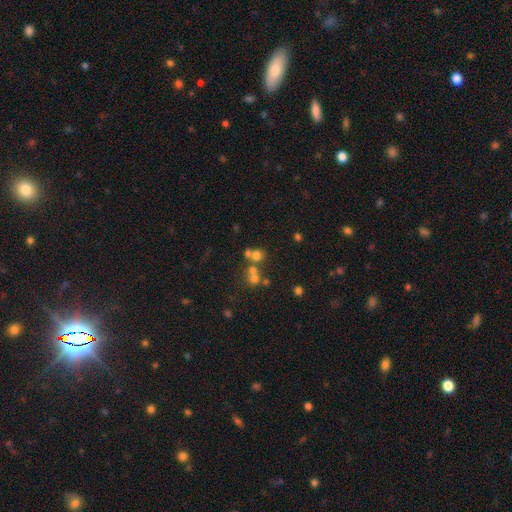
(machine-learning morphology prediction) A smooth galaxy with no disk features (60%) that is round (83%).

Vote fractions:
- Smooth or featured? smooth: 60% / star or artifact: 23% / featured or disk: 17%
- How rounded? round: 83% / in between: 16% / cigar-shaped: 1%
- Merging? none: 48% / merger: 40% / minor disturbance: 8% / major disturbance: 4%